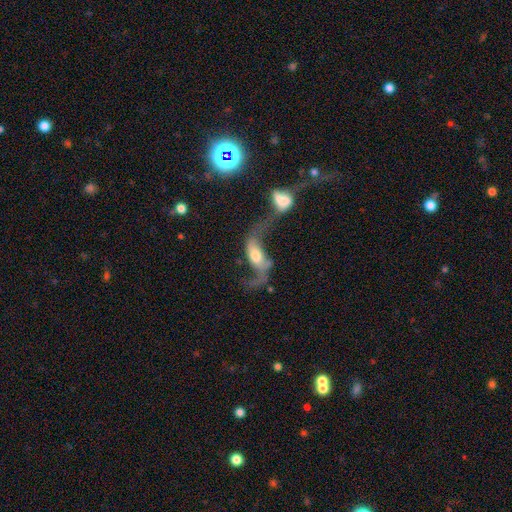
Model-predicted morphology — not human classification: A featured or disk galaxy (71%) with no bar (50%), 2 (83%) loose (90%) spiral arms (82%) and a moderate central bulge (52%).

Vote fractions:
- Smooth or featured? featured or disk: 71% / smooth: 22% / star or artifact: 7%
- Edge-on disk? no: 90% / yes: 10%
- Bar? no: 50% / weak: 32% / strong: 18%
- Spiral arms? yes: 82% / no: 18%
- Spiral winding? loose: 90% / medium: 7% / tight: 3%
- Spiral arm count? 2: 83% / 1: 10% / can't tell: 4% / 3: 1% / 4: 1% / more than 4: 1%
- Bulge size? moderate: 52% / large: 23% / small: 17% / none: 4% / dominant: 4%
- Merging? merger: 59% / major disturbance: 18% / none: 16% / minor disturbance: 8%